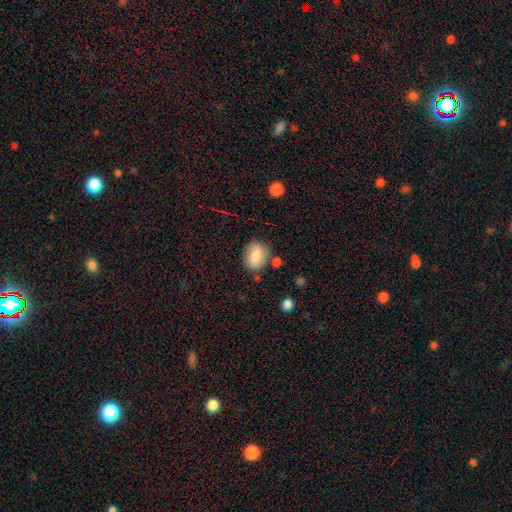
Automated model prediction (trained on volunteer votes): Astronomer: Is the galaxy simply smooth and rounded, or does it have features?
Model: smooth — 73%.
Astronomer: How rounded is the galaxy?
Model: in between — 60% (runner-up: round, 39%).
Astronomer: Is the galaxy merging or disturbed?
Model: none — 73%.